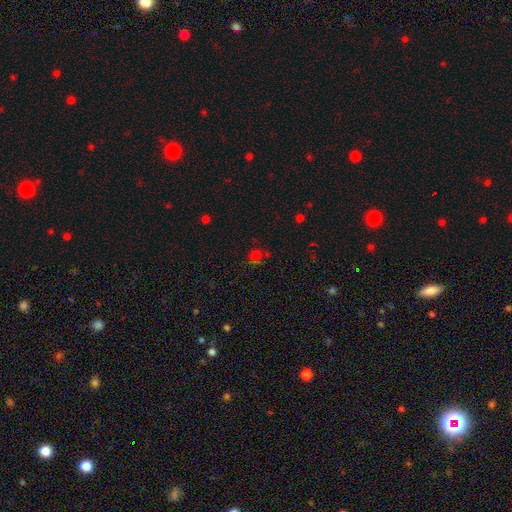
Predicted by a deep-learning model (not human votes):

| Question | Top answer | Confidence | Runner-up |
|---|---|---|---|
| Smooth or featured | smooth | 57% | star or artifact (34%) |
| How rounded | round | 82% | in between (16%) |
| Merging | none | 62% | minor disturbance (16%) |